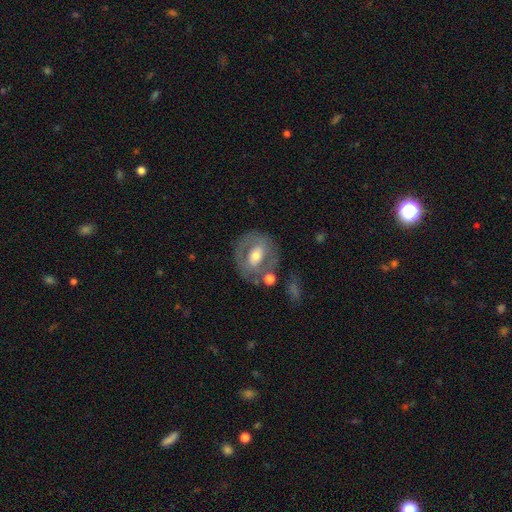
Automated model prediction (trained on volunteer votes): Smooth or featured? Predicted: featured or disk (p=0.58). Edge-on disk? Predicted: no (p=0.94). Bar? Predicted: no (p=0.41). Spiral arms? Predicted: no (p=0.62). Bulge size? Predicted: moderate (p=0.65). Merging? Predicted: none (p=0.65).